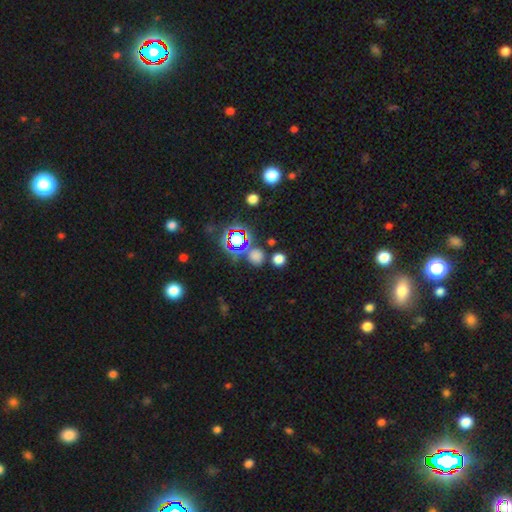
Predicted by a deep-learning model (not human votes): Overall: smooth (61%; star or artifact 32%). How rounded: round (86%). Merging: none (76%).